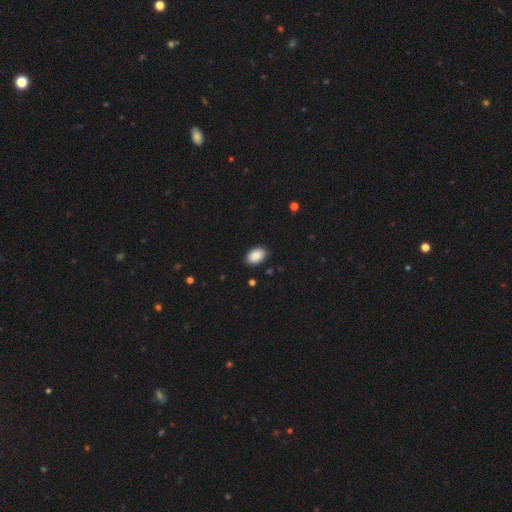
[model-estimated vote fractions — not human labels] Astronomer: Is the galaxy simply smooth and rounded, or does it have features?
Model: smooth — 90%.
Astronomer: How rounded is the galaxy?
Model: in between — 89%.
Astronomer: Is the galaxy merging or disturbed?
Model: none — 87%.